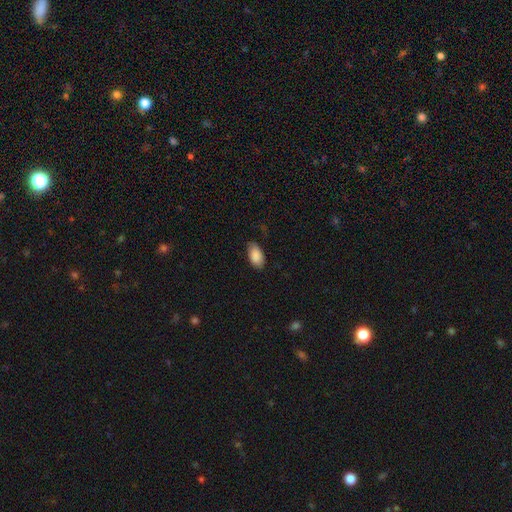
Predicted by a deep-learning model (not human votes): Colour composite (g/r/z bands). It shows a smooth galaxy with no disk features (88%) that is in between round and cigar-shaped (94%). Merging: none (75%).